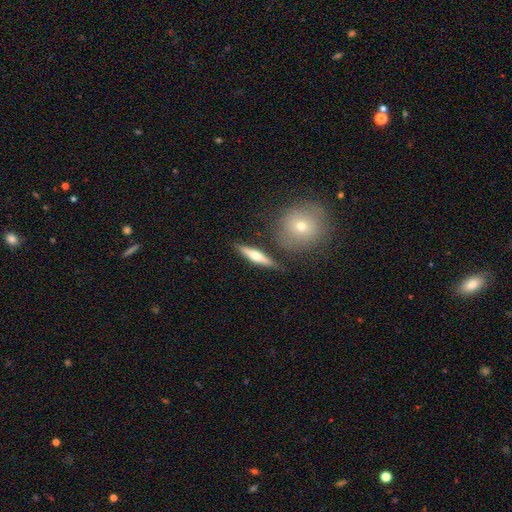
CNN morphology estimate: smooth_or_featured: featured or disk (p=0.49) [alt: smooth p=0.44]
merging: none (p=0.83) [alt: minor disturbance p=0.09]